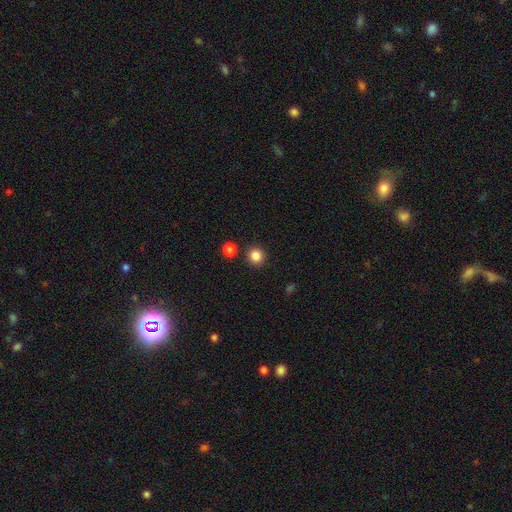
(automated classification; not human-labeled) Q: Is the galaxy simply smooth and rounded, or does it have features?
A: smooth — 85%.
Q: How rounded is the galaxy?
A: round — 93%.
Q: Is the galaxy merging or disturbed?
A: none — 88%.